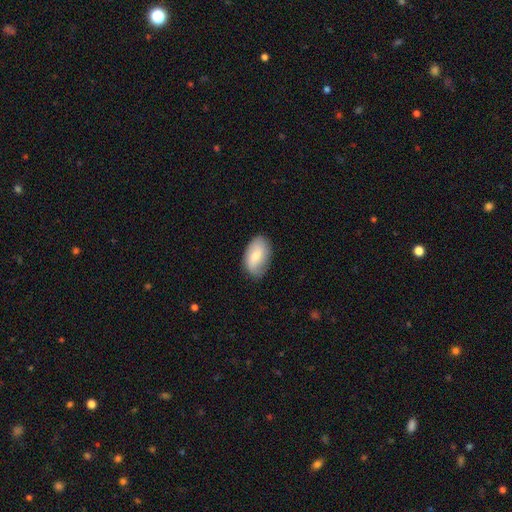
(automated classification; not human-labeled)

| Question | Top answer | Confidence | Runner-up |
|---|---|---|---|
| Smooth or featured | smooth | 69% | featured or disk (25%) |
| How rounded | in between | 93% | round (5%) |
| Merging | none | 77% | minor disturbance (18%) |